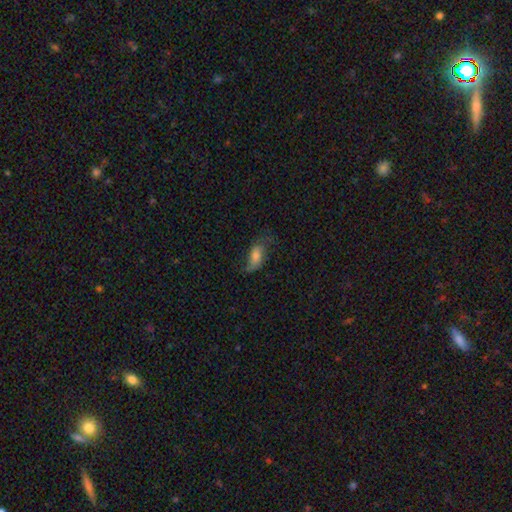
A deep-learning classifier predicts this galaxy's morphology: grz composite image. It shows a smooth galaxy with no disk features (58%) that is in between round and cigar-shaped (82%). Merging: none (50%).